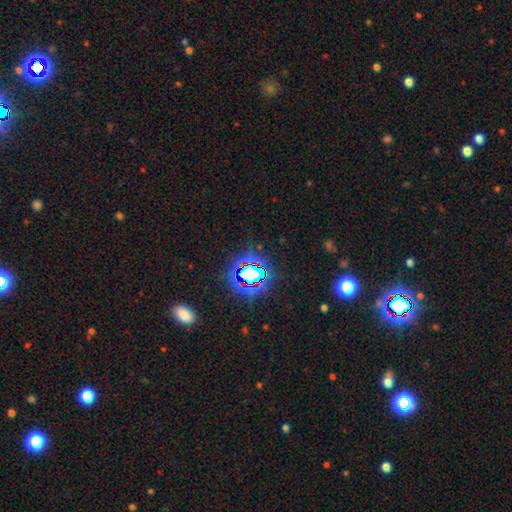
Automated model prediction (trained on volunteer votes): Smooth or featured? Predicted: star or artifact (p=0.74).